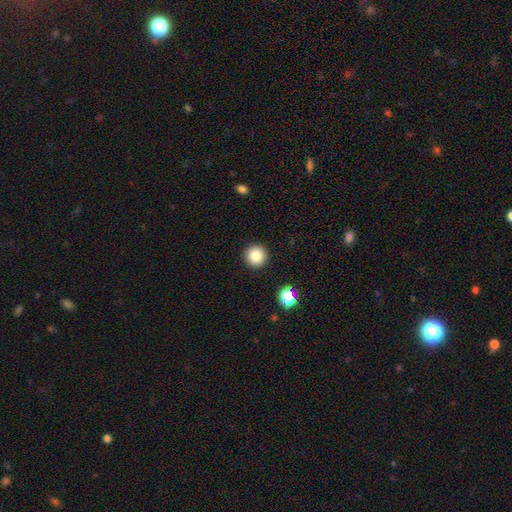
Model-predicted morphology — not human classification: smooth_or_featured: smooth (p=0.84) [alt: star or artifact p=0.11]
how_rounded: round (p=0.95) [alt: in between p=0.04]
merging: none (p=0.92) [alt: minor disturbance p=0.05]